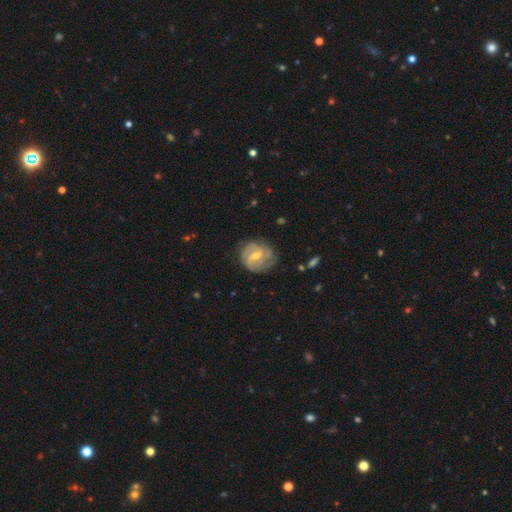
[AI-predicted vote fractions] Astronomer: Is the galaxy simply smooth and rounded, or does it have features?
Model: featured or disk — 82%.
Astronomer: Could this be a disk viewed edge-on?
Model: no — 98%.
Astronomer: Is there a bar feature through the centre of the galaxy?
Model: weak — 52% (runner-up: no, 28%).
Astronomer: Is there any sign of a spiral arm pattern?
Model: yes — 95%.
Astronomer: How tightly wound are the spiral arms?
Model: tight — 51% (runner-up: medium, 38%).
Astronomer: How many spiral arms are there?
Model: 2 — 43% (runner-up: 3, 24%).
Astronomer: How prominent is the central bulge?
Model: moderate — 52% (runner-up: small, 45%).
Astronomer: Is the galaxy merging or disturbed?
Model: none — 76%.